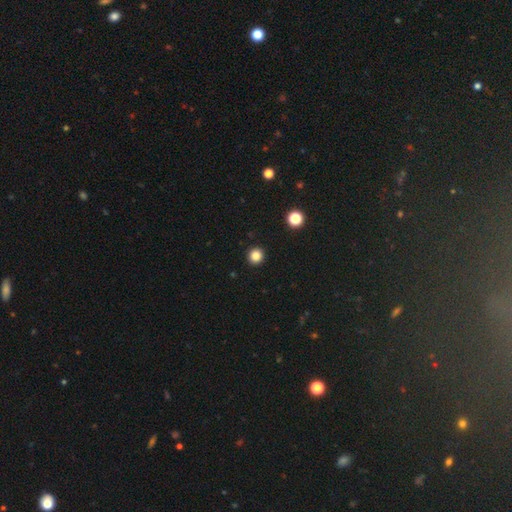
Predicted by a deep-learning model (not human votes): Morphology: type=smooth (84%); roundness=round (95%); merging=none (93%).